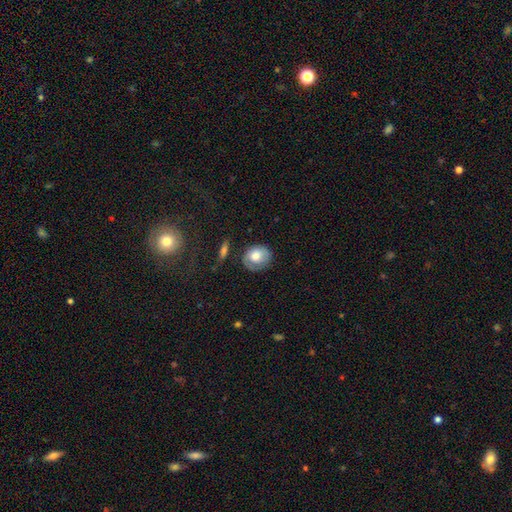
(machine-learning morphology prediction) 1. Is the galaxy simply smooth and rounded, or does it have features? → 70% smooth, 23% featured or disk, 7% star or artifact.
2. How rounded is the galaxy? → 65% round, 34% in between, 1% cigar-shaped.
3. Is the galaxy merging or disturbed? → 67% none, 23% minor disturbance, 7% major disturbance, 3% merger.